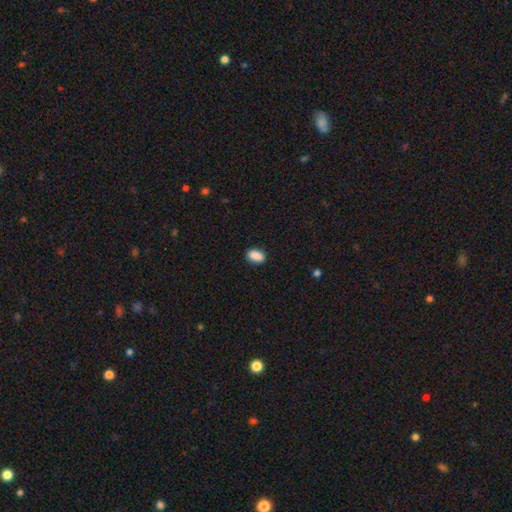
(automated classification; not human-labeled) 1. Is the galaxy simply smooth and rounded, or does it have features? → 89% smooth, 8% star or artifact, 3% featured or disk.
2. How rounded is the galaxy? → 89% in between, 9% round, 2% cigar-shaped.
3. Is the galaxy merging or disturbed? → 88% none, 9% minor disturbance, 2% major disturbance, 1% merger.